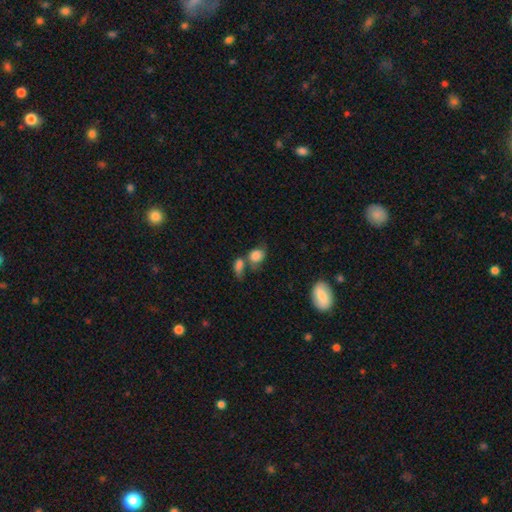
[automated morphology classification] Smooth or featured? Predicted: smooth (p=0.77). How rounded? Predicted: in between (p=0.52). Merging? Predicted: merger (p=0.47).